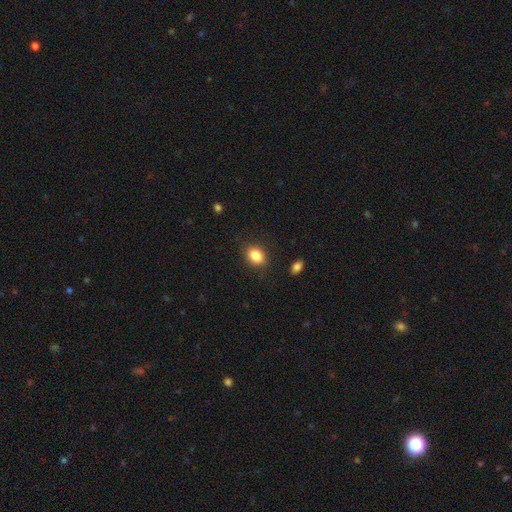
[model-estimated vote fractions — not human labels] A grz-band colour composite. It shows a smooth galaxy with no disk features (85%) that is in between round and cigar-shaped (67%). Merging: none (85%).